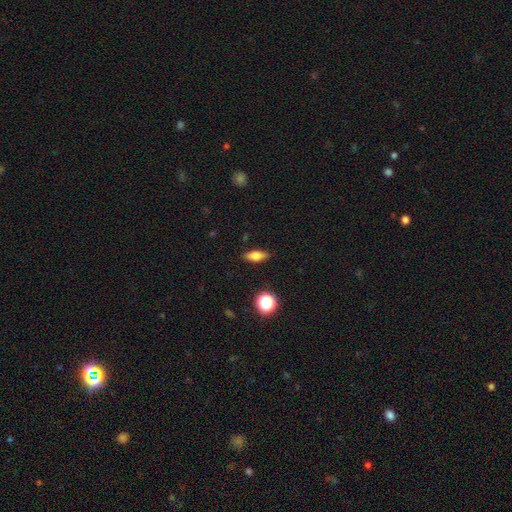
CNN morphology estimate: Overall: smooth (65%; featured or disk 26%). How rounded: in between (64%; cigar-shaped 29%). Merging: none (87%).